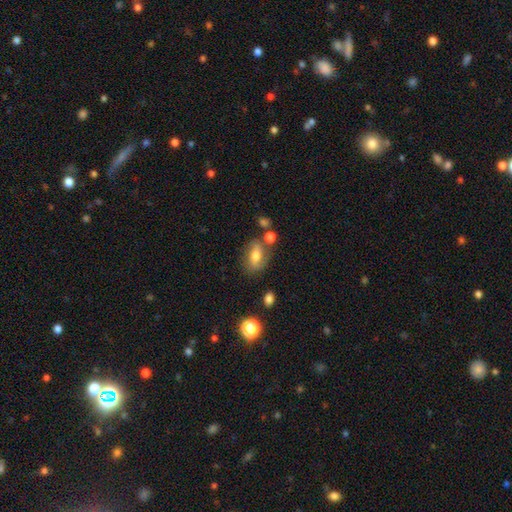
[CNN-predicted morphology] A smooth galaxy with no disk features (61%) that is in between round and cigar-shaped (76%).

Vote fractions:
- Smooth or featured? smooth: 61% / featured or disk: 29% / star or artifact: 10%
- How rounded? in between: 76% / round: 14% / cigar-shaped: 10%
- Merging? none: 65% / minor disturbance: 18% / merger: 10% / major disturbance: 7%